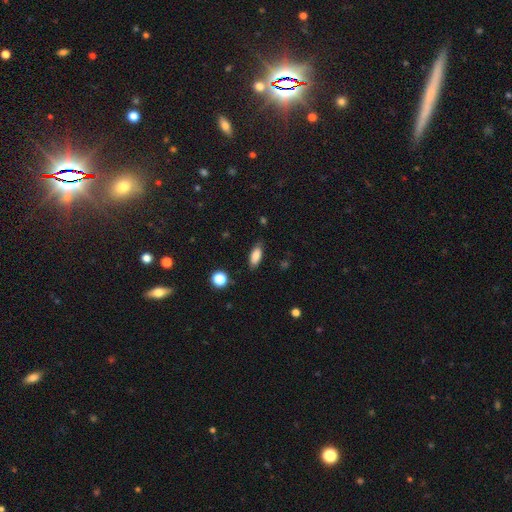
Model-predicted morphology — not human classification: smooth_or_featured: smooth (p=0.83) [alt: featured or disk p=0.09]
how_rounded: in between (p=0.79) [alt: cigar-shaped p=0.18]
merging: none (p=0.82) [alt: minor disturbance p=0.14]